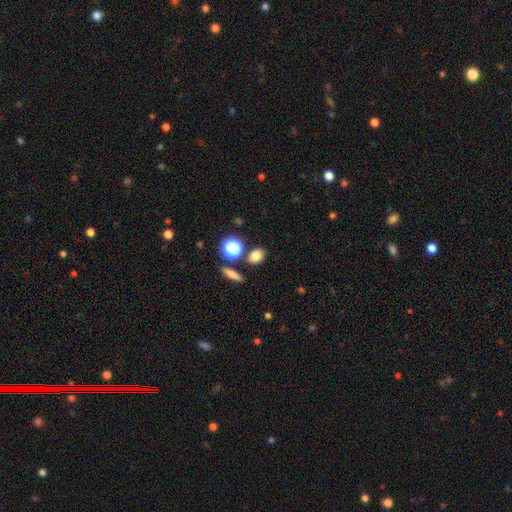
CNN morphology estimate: Smooth or featured? smooth (79%)
How rounded? in between (63%)
Merging? none (78%)